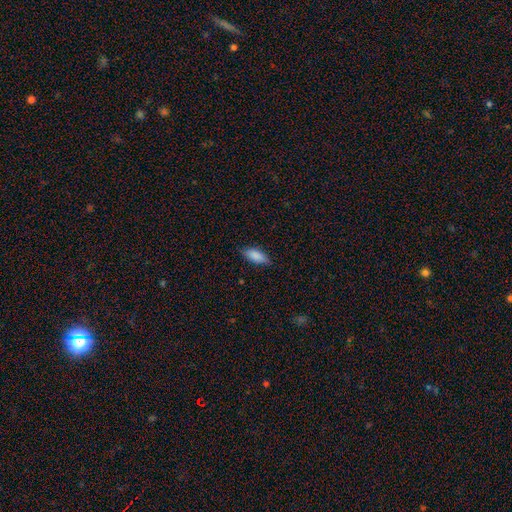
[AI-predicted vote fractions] Smooth or featured? Predicted: smooth (p=0.87). How rounded? Predicted: in between (p=0.83). Merging? Predicted: none (p=0.82).